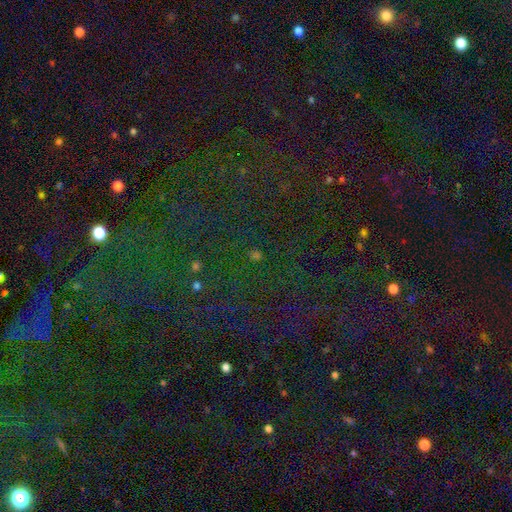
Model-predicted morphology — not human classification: Smooth or featured? star or artifact (71%)